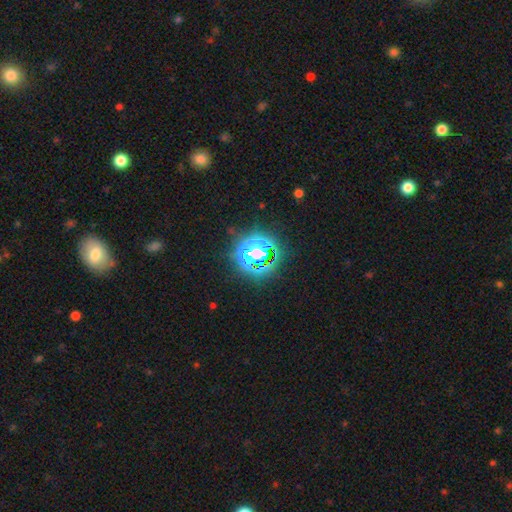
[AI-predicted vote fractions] Morphology: type=star or artifact (56%).